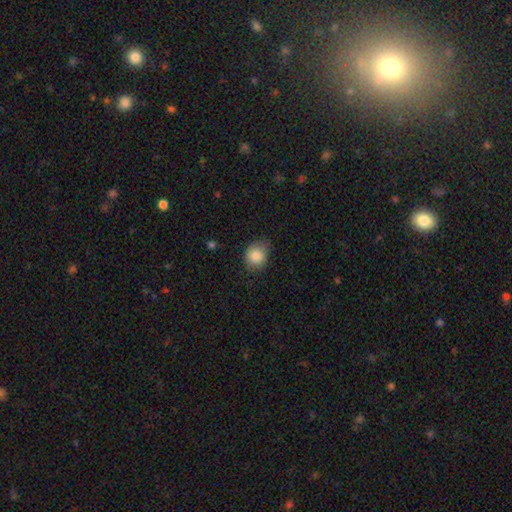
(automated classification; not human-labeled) smooth-or-featured: smooth: 85% | star or artifact: 9% | featured or disk: 7%
  how-rounded: round: 62% | in between: 38% | cigar-shaped: 1%
  merging: none: 71% | minor disturbance: 23% | major disturbance: 4% | merger: 1%